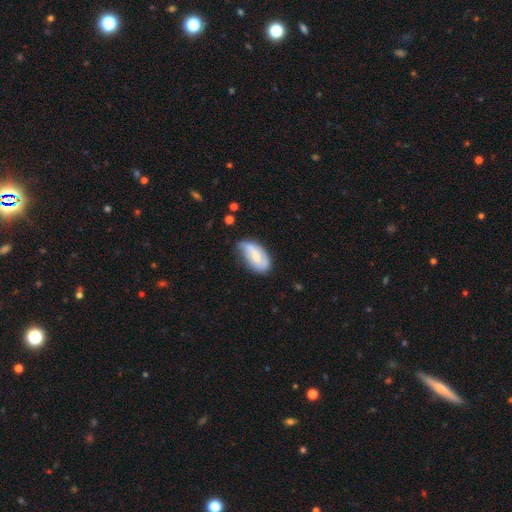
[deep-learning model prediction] smooth-or-featured: smooth: 48% | featured or disk: 45% | star or artifact: 6%
  merging: none: 52% | minor disturbance: 36% | major disturbance: 9% | merger: 3%